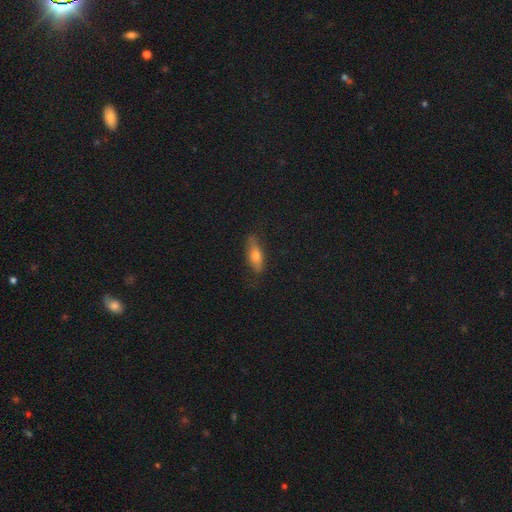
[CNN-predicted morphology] smooth_or_featured: smooth (p=0.59) [alt: featured or disk p=0.30]
how_rounded: in between (p=0.53) [alt: cigar-shaped p=0.43]
merging: none (p=0.79) [alt: minor disturbance p=0.16]